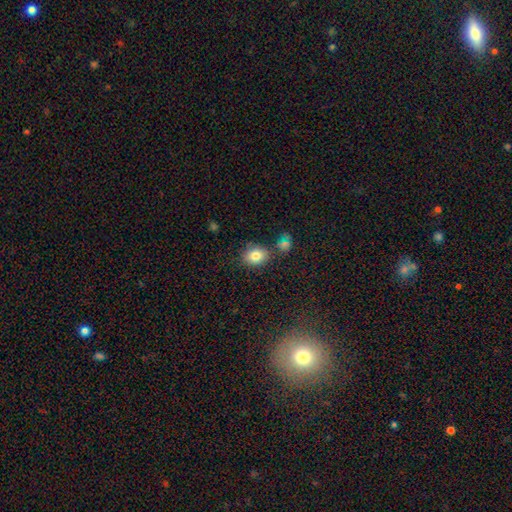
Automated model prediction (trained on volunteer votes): Smooth or featured? smooth (81%)
How rounded? round (56%)
Merging? none (76%)